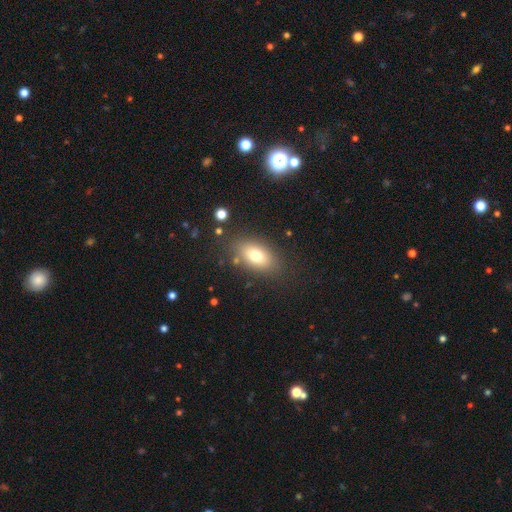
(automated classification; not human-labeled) Smooth or featured?
  - smooth: 74% *
  - featured or disk: 16%
  - star or artifact: 10%
How rounded?
  - in between: 86% *
  - round: 10%
  - cigar-shaped: 3%
Merging?
  - none: 81% *
  - minor disturbance: 12%
  - major disturbance: 5%
  - merger: 3%